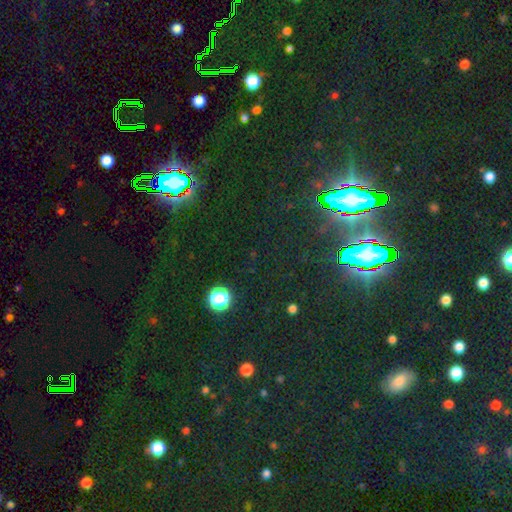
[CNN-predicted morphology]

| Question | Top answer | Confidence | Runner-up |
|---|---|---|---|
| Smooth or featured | star or artifact | 81% | smooth (12%) |